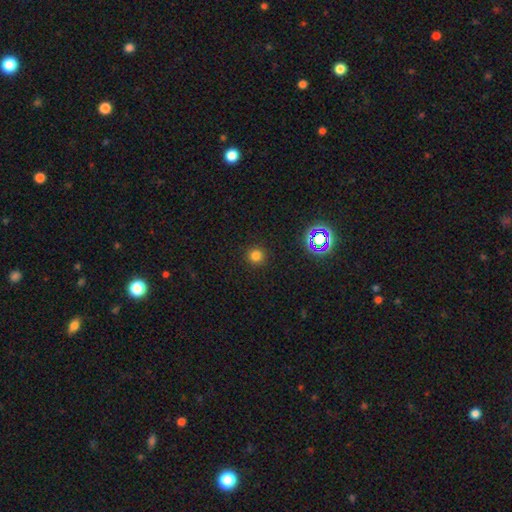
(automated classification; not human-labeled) smooth 77%, star or artifact 18%, featured or disk 5%. Down the decision tree: how rounded — round (95%); merging — none (92%).